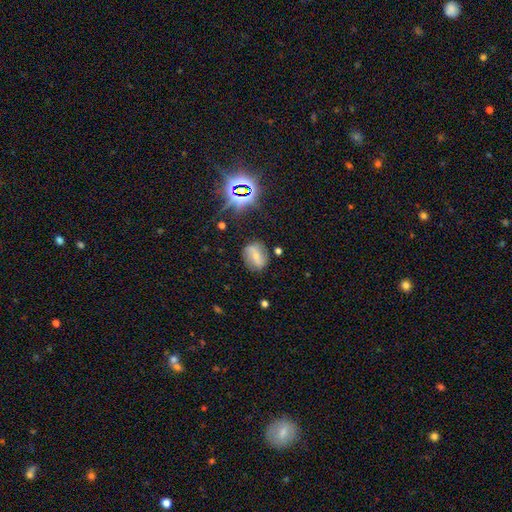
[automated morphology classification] smooth-or-featured: featured or disk: 47% | smooth: 36% | star or artifact: 16%
  merging: none: 76% | minor disturbance: 16% | major disturbance: 6% | merger: 3%